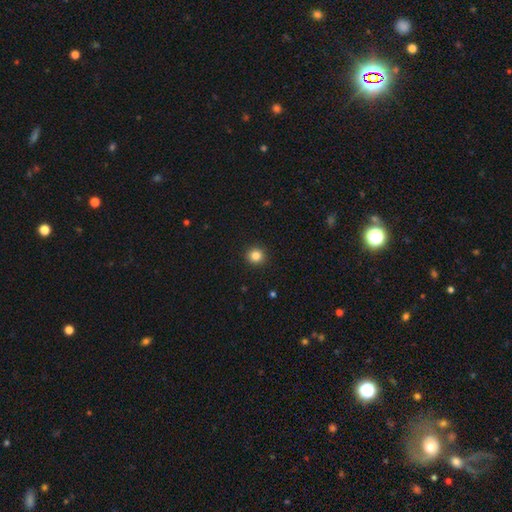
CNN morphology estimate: Overall: smooth (84%). How rounded: round (94%). Merging: none (93%).